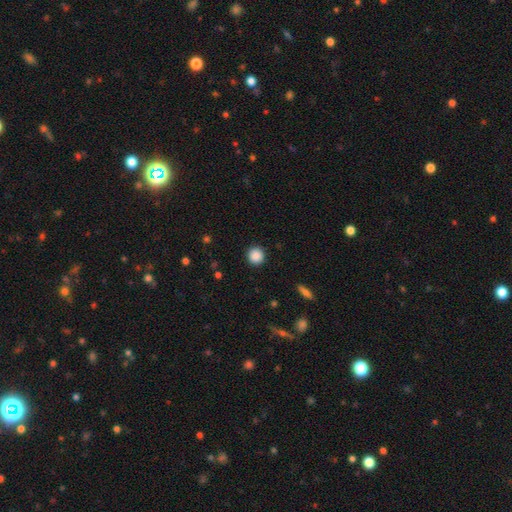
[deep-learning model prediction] The model was most divided on "smooth or featured": smooth: 88%, star or artifact: 9%, featured or disk: 3%. More confident: how rounded — round (93%); merging — none (91%).